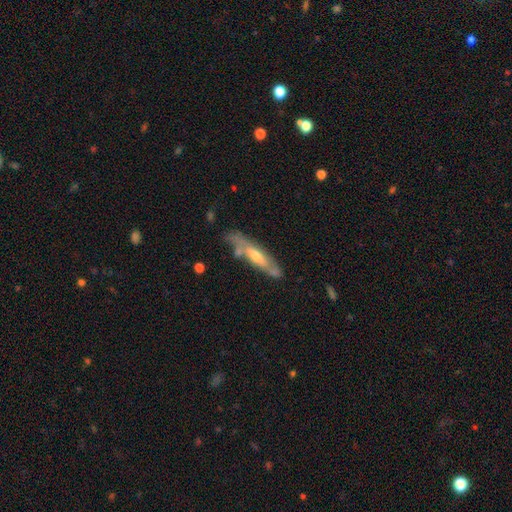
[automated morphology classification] smooth-or-featured: featured or disk: 65% | smooth: 30% | star or artifact: 6%
  disk-edge-on: yes: 54% | no: 46%
  merging: none: 63% | minor disturbance: 22% | merger: 8% | major disturbance: 7%